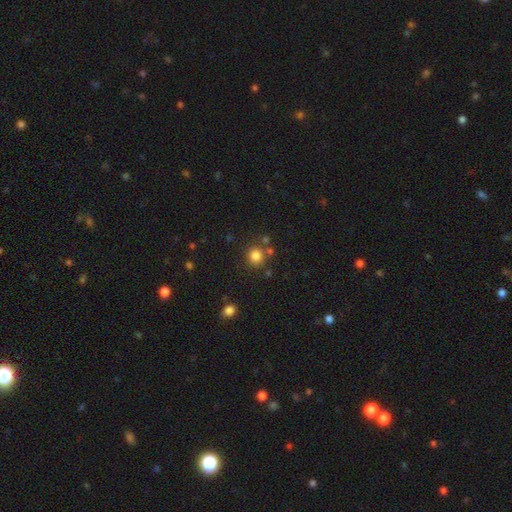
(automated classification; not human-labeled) This is clearly a smooth galaxy (81%). How rounded: clearly round (88%). Merging: likely none (76%).